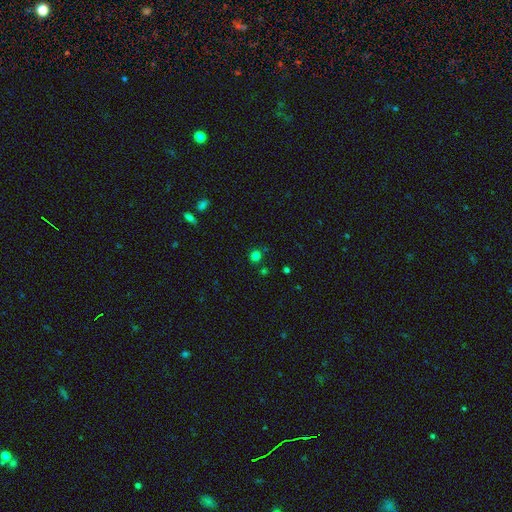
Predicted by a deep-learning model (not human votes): smooth-or-featured: smooth: 73% | star or artifact: 22% | featured or disk: 5%
  how-rounded: round: 85% | in between: 14% | cigar-shaped: 1%
  merging: none: 82% | minor disturbance: 9% | merger: 6% | major disturbance: 3%